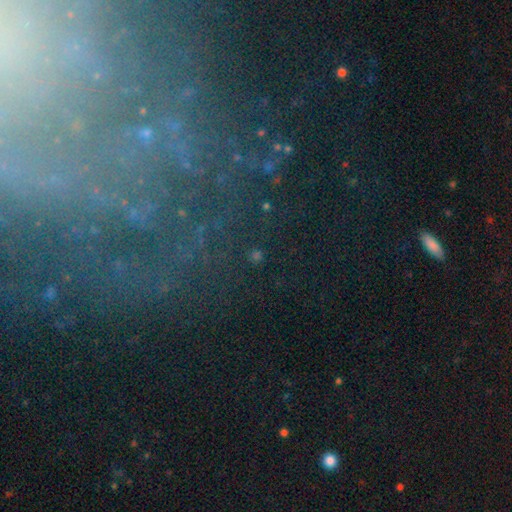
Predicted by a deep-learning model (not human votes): A star or artifact, not a galaxy (44%).